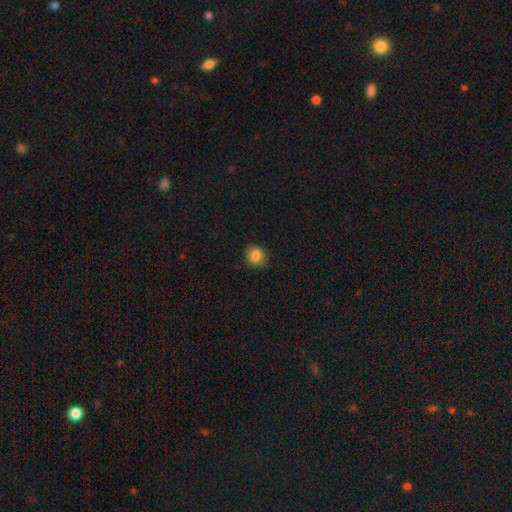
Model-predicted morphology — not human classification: A smooth galaxy with no disk features (84%) that is round (86%). Merging: none (88%).